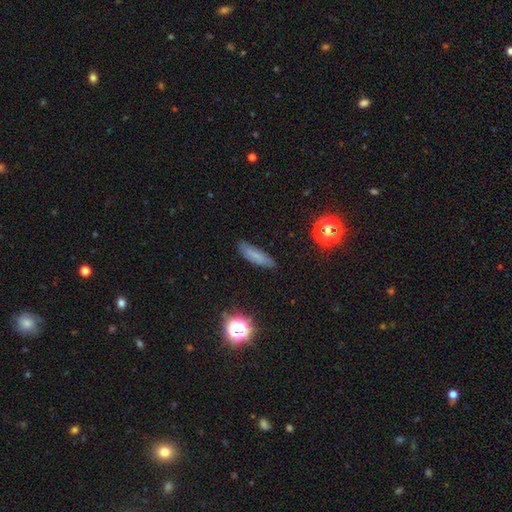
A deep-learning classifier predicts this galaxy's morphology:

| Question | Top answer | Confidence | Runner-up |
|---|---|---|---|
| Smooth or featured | smooth | 71% | featured or disk (16%) |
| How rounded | cigar-shaped | 63% | in between (34%) |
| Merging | none | 82% | minor disturbance (14%) |